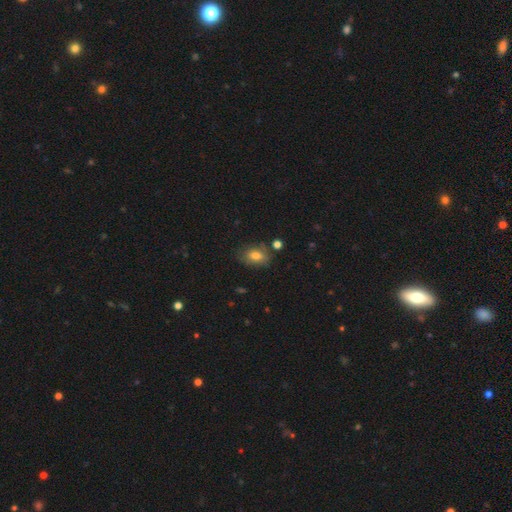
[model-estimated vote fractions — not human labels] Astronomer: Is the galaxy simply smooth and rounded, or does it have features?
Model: smooth — 76%.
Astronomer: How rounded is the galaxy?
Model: in between — 82%.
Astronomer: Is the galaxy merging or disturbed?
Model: none — 69%.